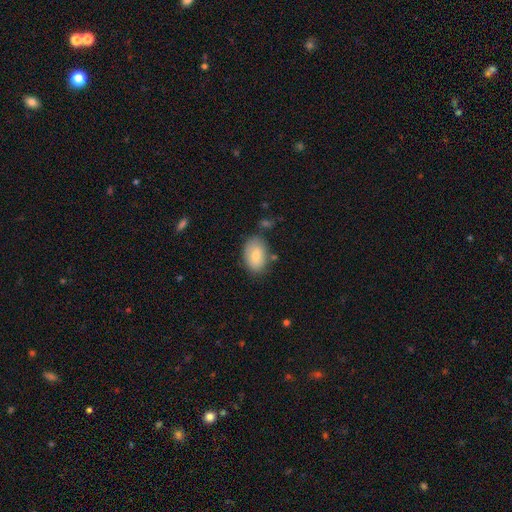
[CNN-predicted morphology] Smooth or featured: smooth — 77% (featured or disk — 16%)
How rounded: in between — 88% (round — 11%)
Merging: none — 73% (minor disturbance — 18%)